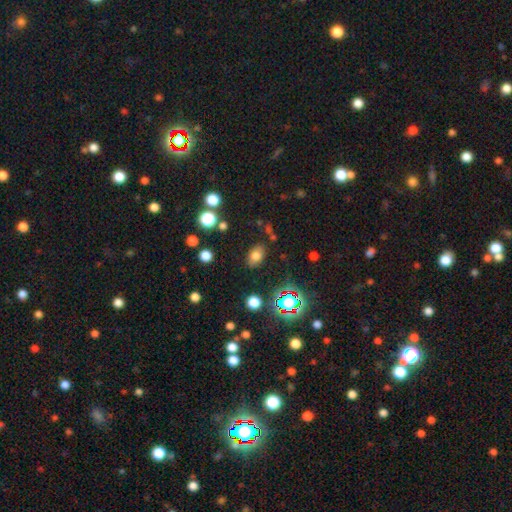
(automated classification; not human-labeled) Smooth or featured? Predicted: smooth (p=0.74). How rounded? Predicted: in between (p=0.82). Merging? Predicted: none (p=0.81).